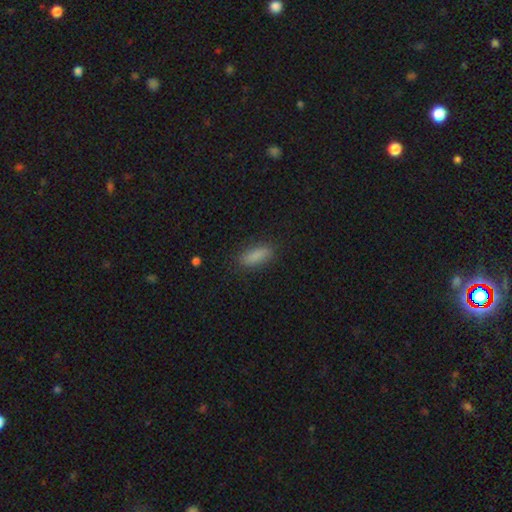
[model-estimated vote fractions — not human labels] Smooth or featured: smooth — 86% (star or artifact — 8%)
How rounded: in between — 65% (cigar-shaped — 32%)
Merging: none — 84% (minor disturbance — 12%)